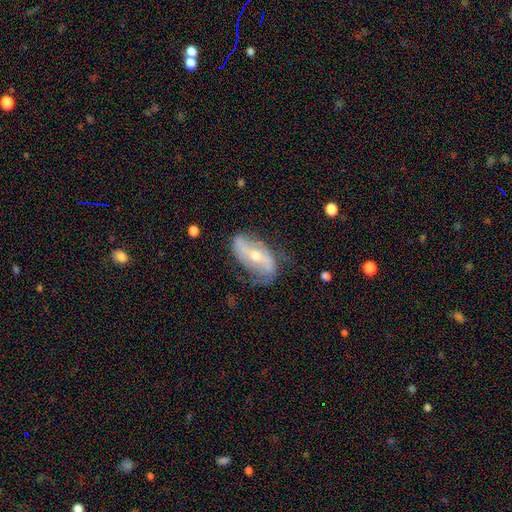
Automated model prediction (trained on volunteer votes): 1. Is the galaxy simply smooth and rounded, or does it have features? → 75% featured or disk, 18% smooth, 7% star or artifact.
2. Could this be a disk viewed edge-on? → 92% no, 8% yes.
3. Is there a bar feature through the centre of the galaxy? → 34% no, 33% strong, 32% weak.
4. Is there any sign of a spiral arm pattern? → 84% yes, 16% no.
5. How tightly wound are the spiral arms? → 55% loose, 30% medium, 15% tight.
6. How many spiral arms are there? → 83% 2, 10% can't tell, 4% 1, 2% 3, 1% 4, 1% more than 4.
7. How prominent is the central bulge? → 57% moderate, 39% small, 2% large, 1% none, 1% dominant.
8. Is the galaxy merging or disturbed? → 62% none, 25% minor disturbance, 12% major disturbance, 2% merger.